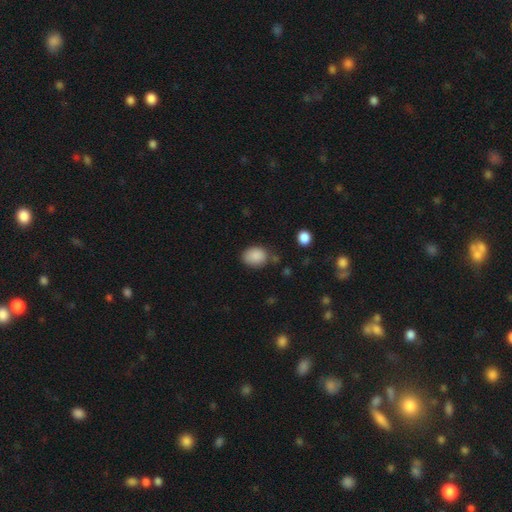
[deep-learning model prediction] A smooth galaxy with no disk features (88%) that is in between round and cigar-shaped (62%). Merging: none (69%).